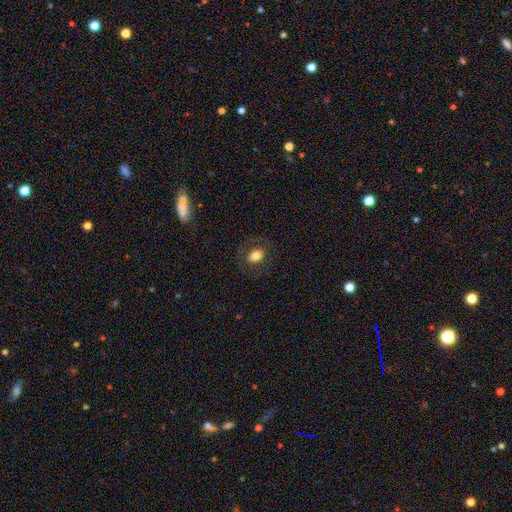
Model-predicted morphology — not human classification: A smooth galaxy with no disk features (73%) that is in between round and cigar-shaped (57%).

Vote fractions:
- Smooth or featured? smooth: 73% / featured or disk: 18% / star or artifact: 9%
- How rounded? in between: 57% / round: 42% / cigar-shaped: 1%
- Merging? none: 81% / minor disturbance: 11% / major disturbance: 7% / merger: 1%